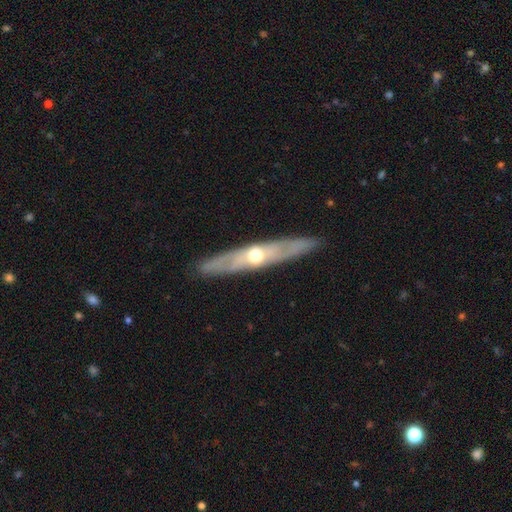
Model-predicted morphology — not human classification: A featured or disk galaxy (67%) viewed edge-on (72%). Merging: none (87%).